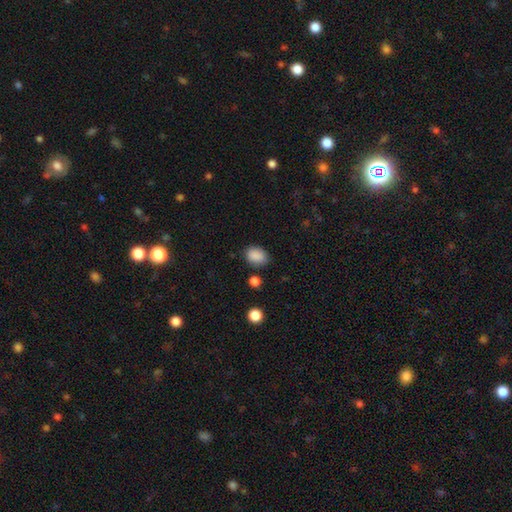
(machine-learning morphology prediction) Smooth or featured: smooth — 87% (star or artifact — 9%)
How rounded: in between — 67% (round — 32%)
Merging: none — 79% (minor disturbance — 15%)